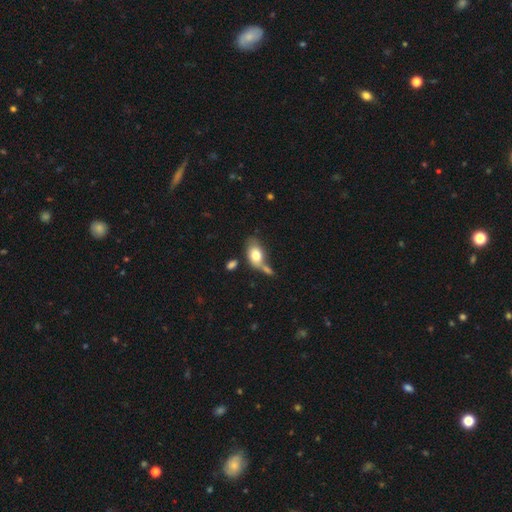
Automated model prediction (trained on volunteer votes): Q: Smooth or featured?
A: smooth (74%); runner-up: featured or disk (19%)
Q: How rounded?
A: in between (87%); runner-up: round (11%)
Q: Merging?
A: none (36%); runner-up: merger (33%)